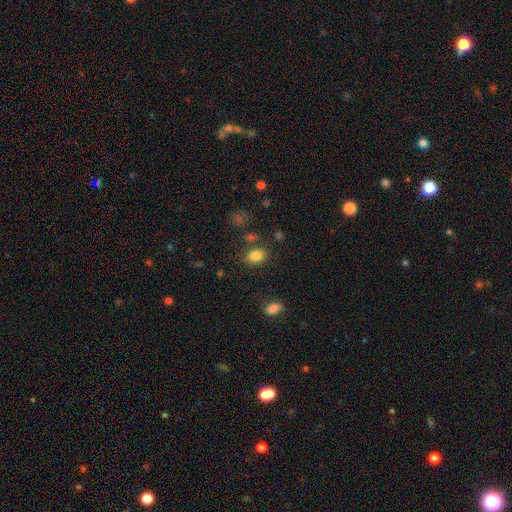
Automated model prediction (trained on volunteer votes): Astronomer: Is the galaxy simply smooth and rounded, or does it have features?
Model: smooth — 83%.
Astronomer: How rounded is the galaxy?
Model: in between — 63%.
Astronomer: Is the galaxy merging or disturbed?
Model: none — 77%.